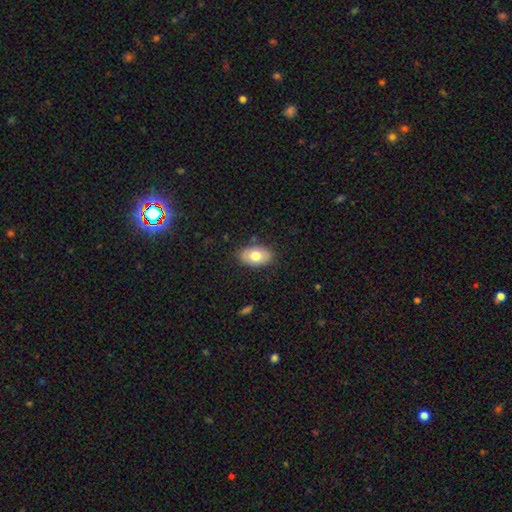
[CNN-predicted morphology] The model was most divided on "smooth or featured": smooth: 76%, featured or disk: 18%, star or artifact: 7%. More confident: how rounded — in between (92%); merging — none (84%).